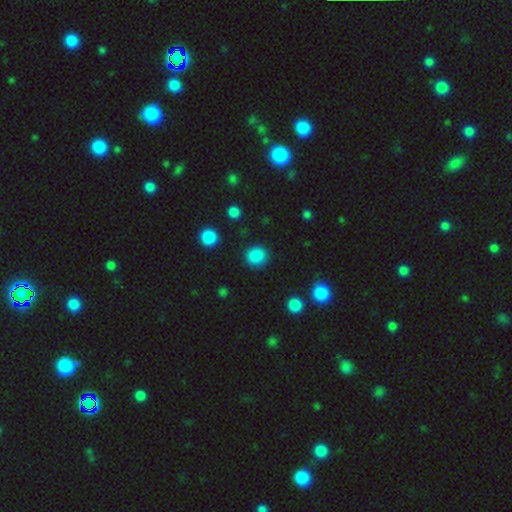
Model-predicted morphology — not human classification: A smooth galaxy with no disk features (87%) that is round (89%).

Vote fractions:
- Smooth or featured? smooth: 87% / star or artifact: 10% / featured or disk: 3%
- How rounded? round: 89% / in between: 10% / cigar-shaped: 1%
- Merging? none: 88% / minor disturbance: 7% / major disturbance: 3% / merger: 2%